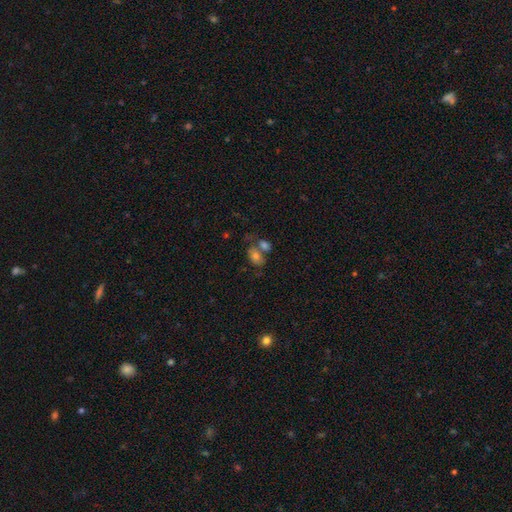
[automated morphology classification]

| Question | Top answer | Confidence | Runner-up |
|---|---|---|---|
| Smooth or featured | smooth | 65% | featured or disk (21%) |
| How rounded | in between | 77% | round (21%) |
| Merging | merger | 43% | none (36%) |